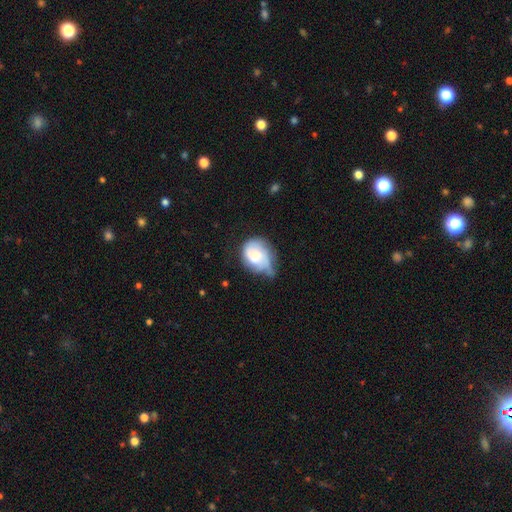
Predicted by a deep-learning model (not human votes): Smooth or featured? smooth (47%)
Merging? minor disturbance (40%)